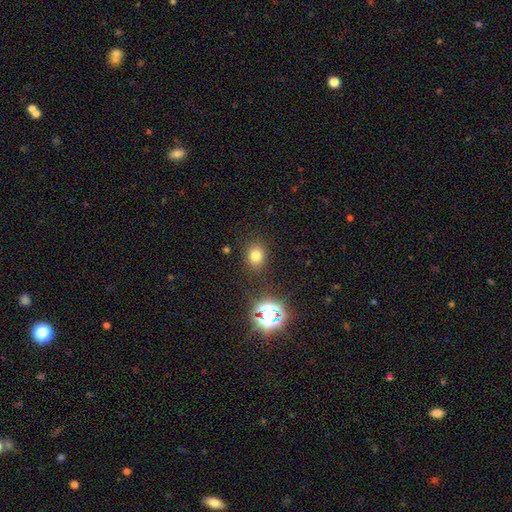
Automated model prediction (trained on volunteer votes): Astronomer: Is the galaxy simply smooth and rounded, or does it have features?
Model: smooth — 74%.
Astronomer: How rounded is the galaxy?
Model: round — 67%.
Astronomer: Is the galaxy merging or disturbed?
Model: none — 85%.